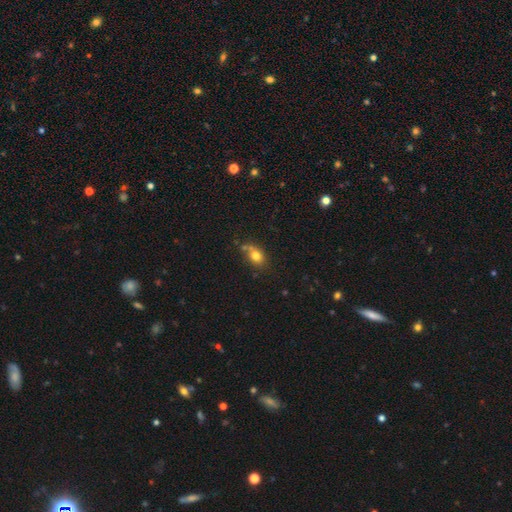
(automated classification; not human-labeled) Morphology: type=smooth (78%); roundness=in between (58%); merging=none (54%).